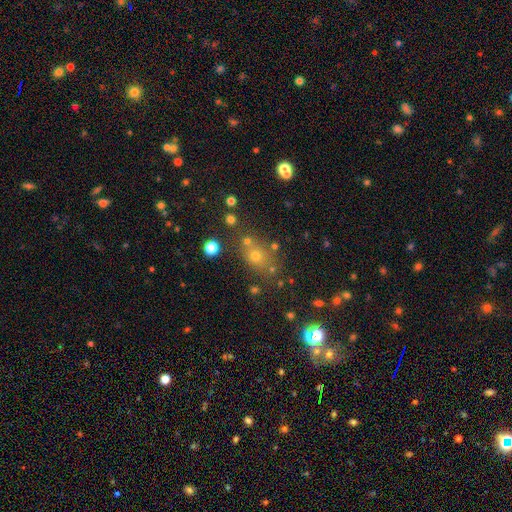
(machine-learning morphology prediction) Smooth or featured? smooth (60%)
How rounded? round (65%)
Merging? none (68%)